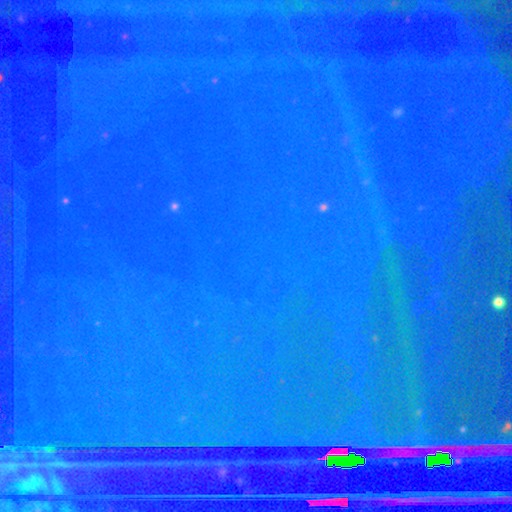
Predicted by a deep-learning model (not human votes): Smooth or featured?
  - star or artifact: 84% *
  - smooth: 9%
  - featured or disk: 7%